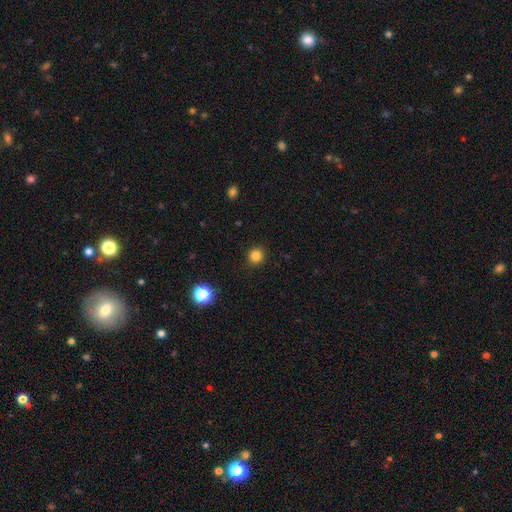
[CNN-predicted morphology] smooth_or_featured: smooth (p=0.83) [alt: star or artifact p=0.13]
how_rounded: round (p=0.93) [alt: in between p=0.06]
merging: none (p=0.90) [alt: minor disturbance p=0.06]